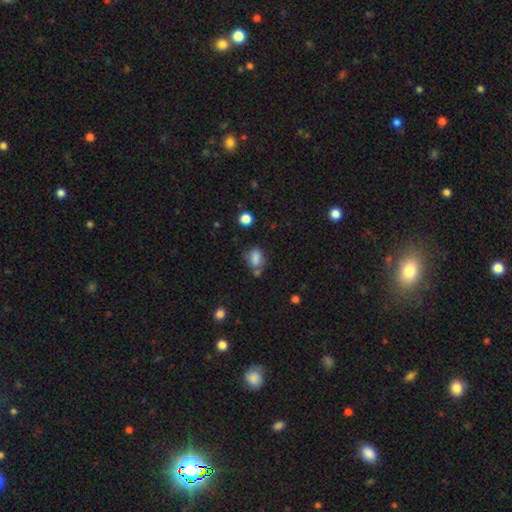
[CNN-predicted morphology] A smooth galaxy with no disk features (78%) that is in between round and cigar-shaped (79%).

Vote fractions:
- Smooth or featured? smooth: 78% / star or artifact: 11% / featured or disk: 11%
- How rounded? in between: 79% / round: 19% / cigar-shaped: 2%
- Merging? none: 46% / minor disturbance: 25% / merger: 18% / major disturbance: 10%